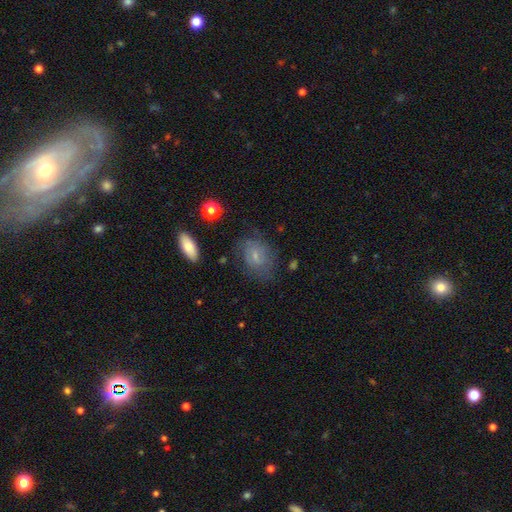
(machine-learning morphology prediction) A smooth galaxy with no disk features (55%) that is in between round and cigar-shaped (64%).

Vote fractions:
- Smooth or featured? smooth: 55% / featured or disk: 35% / star or artifact: 10%
- How rounded? in between: 64% / round: 35% / cigar-shaped: 1%
- Merging? none: 61% / minor disturbance: 24% / major disturbance: 13% / merger: 2%